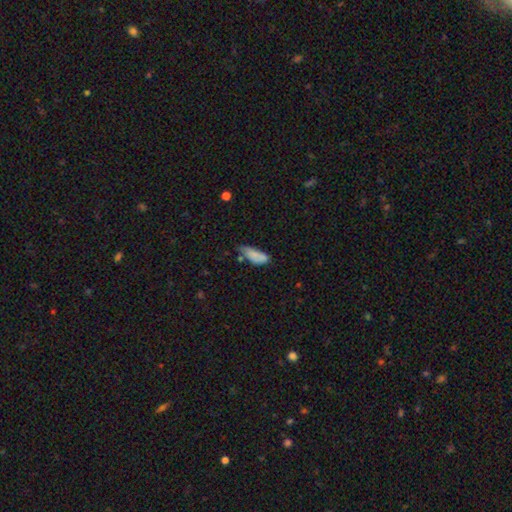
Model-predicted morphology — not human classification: Smooth or featured? Predicted: smooth (p=0.81). How rounded? Predicted: in between (p=0.74). Merging? Predicted: minor disturbance (p=0.41).